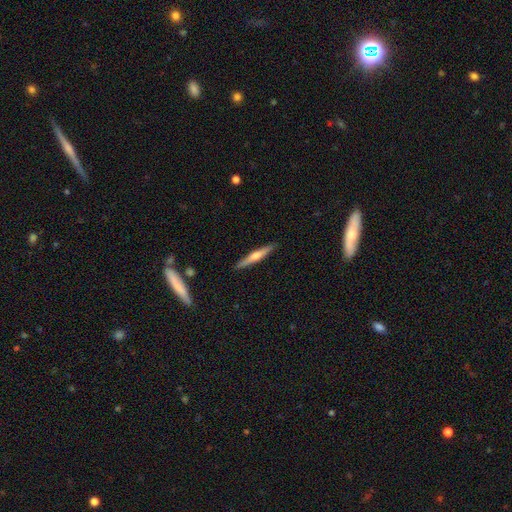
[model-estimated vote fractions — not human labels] This is possibly a featured or disk galaxy (56%). It is clearly viewed edge-on (97%). Edge-on bulge: clearly rounded (82%). Merging: clearly none (90%).